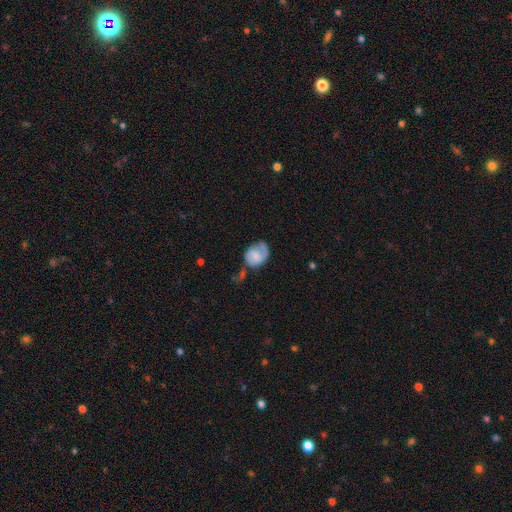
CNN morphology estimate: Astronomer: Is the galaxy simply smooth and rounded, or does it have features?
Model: smooth — 48% (runner-up: featured or disk, 43%).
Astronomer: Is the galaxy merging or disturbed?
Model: none — 40% (runner-up: minor disturbance, 30%).